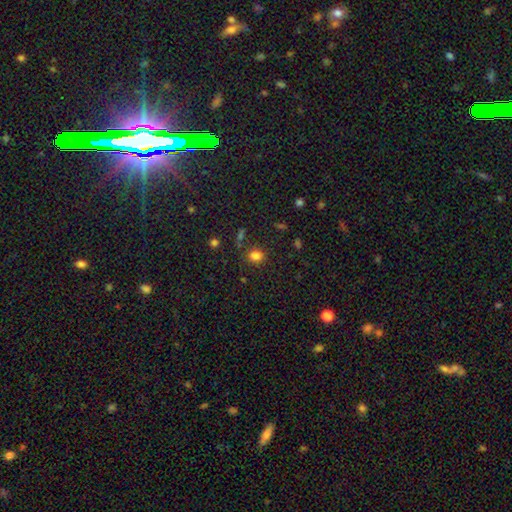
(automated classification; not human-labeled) smooth-or-featured: smooth: 80% | star or artifact: 15% | featured or disk: 5%
  how-rounded: round: 55% | in between: 44% | cigar-shaped: 1%
  merging: none: 79% | minor disturbance: 13% | merger: 4% | major disturbance: 4%